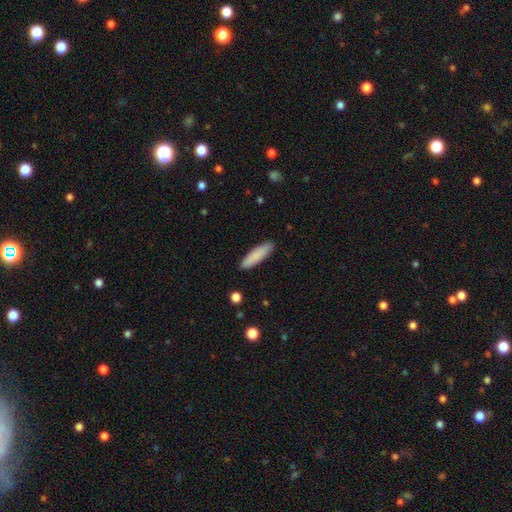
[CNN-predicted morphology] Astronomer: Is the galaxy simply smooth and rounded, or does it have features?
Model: smooth — 86%.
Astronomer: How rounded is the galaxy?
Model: cigar-shaped — 74%.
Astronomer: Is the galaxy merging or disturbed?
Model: none — 90%.